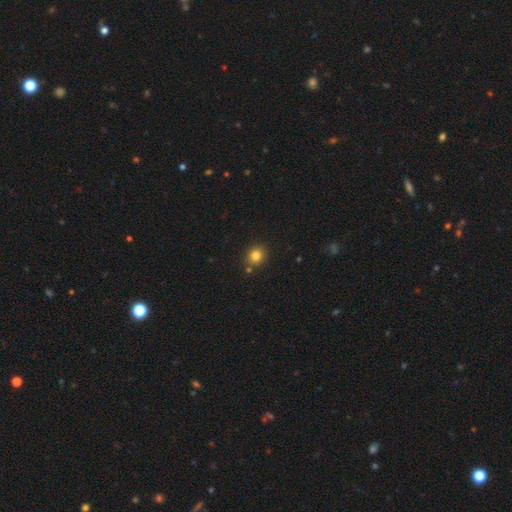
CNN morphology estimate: Overall: smooth (82%). How rounded: round (80%). Merging: none (84%).